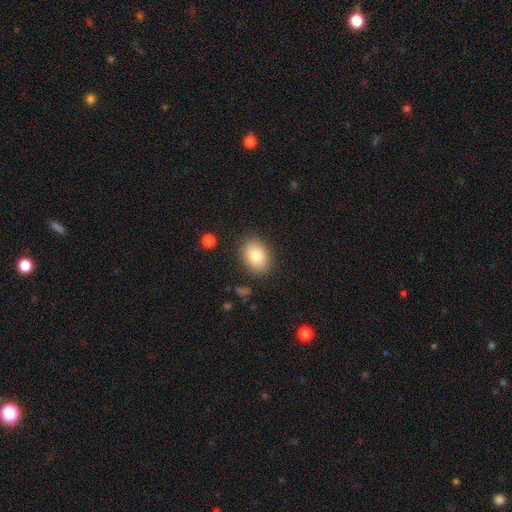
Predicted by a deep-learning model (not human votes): Smooth or featured?
  - smooth: 80% *
  - featured or disk: 11%
  - star or artifact: 9%
How rounded?
  - in between: 62% *
  - round: 37%
  - cigar-shaped: 1%
Merging?
  - none: 86% *
  - minor disturbance: 10%
  - major disturbance: 3%
  - merger: 2%